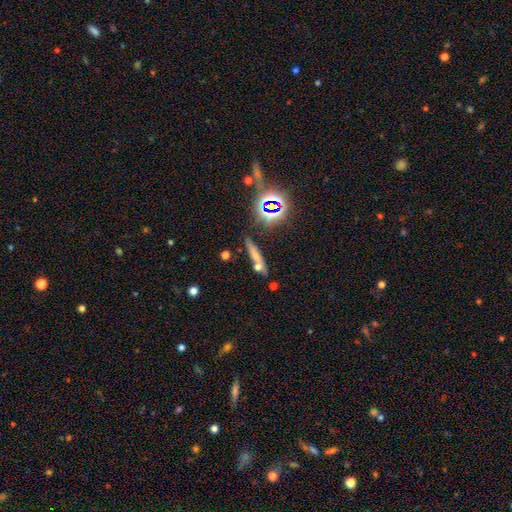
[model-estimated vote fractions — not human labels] Morphology: type=smooth (55%); roundness=cigar-shaped (77%); merging=none (64%).